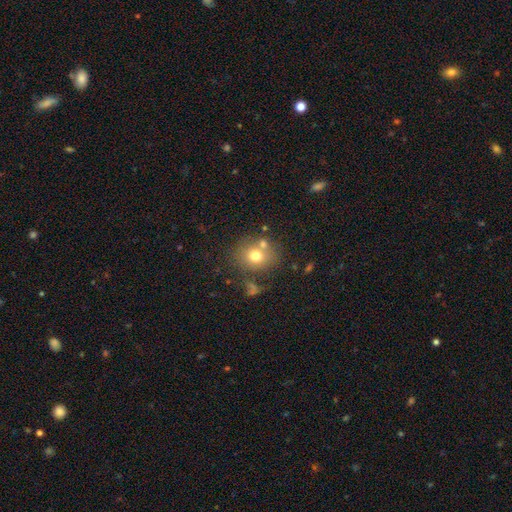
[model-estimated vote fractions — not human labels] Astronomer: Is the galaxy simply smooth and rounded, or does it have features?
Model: smooth — 71%.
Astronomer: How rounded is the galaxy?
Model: round — 74%.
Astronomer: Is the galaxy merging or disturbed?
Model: none — 63%.